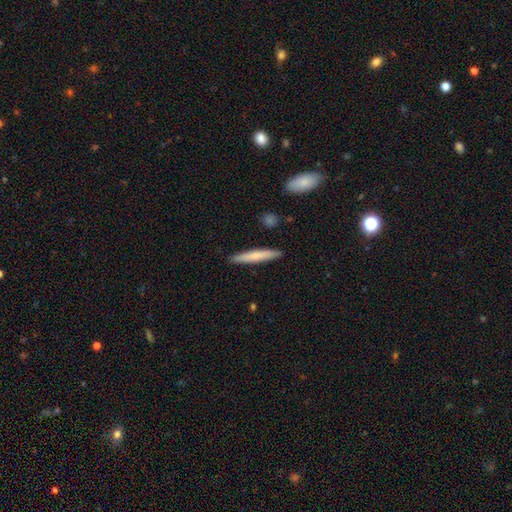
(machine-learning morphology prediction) This is likely a smooth galaxy (68%). How rounded: clearly cigar-shaped (94%). Merging: clearly none (91%).